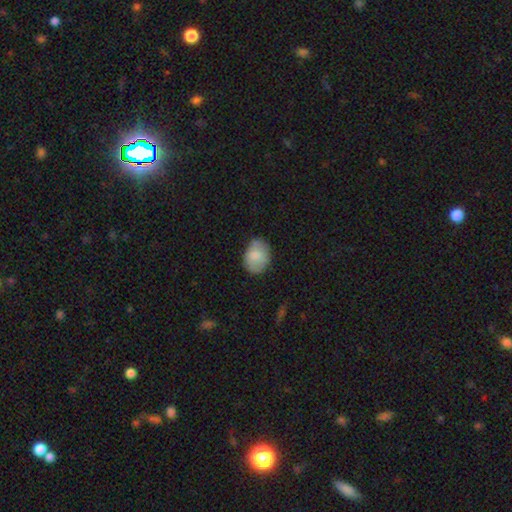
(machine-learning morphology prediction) Smooth or featured: smooth — 79% (featured or disk — 14%)
How rounded: in between — 68% (round — 31%)
Merging: none — 65% (minor disturbance — 27%)